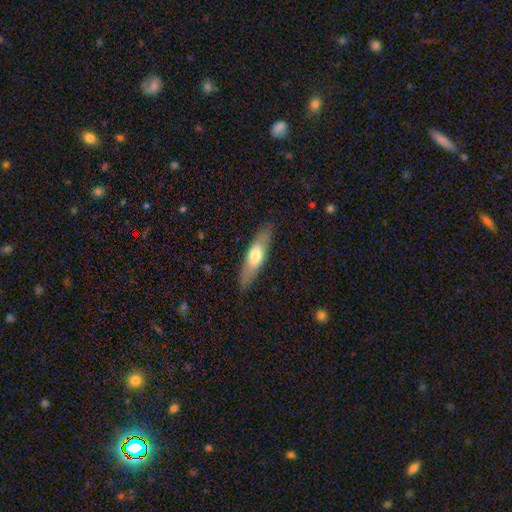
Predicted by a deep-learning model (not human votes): This is possibly a smooth galaxy (56%). How rounded: possibly cigar-shaped (58%). Merging: clearly none (84%).